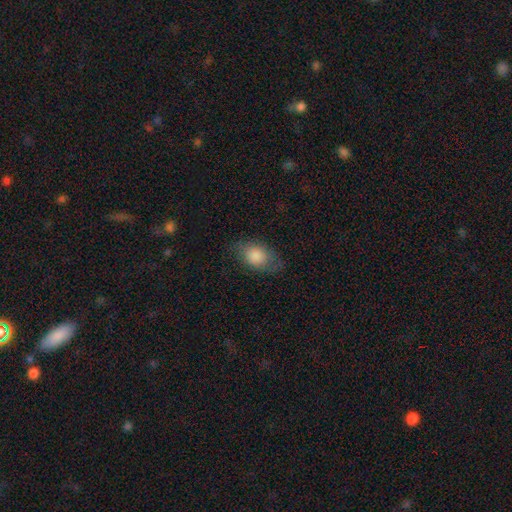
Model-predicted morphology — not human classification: smooth 81%, featured or disk 11%, star or artifact 8%. Down the decision tree: how rounded — in between (82%); merging — none (72%).